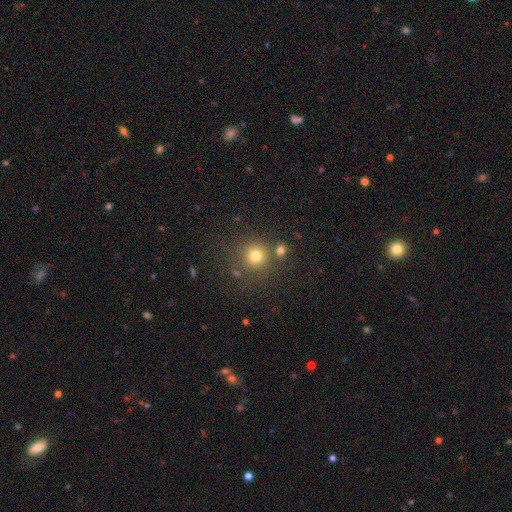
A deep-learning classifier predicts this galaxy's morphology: Smooth or featured?
  - smooth: 77% *
  - star or artifact: 15%
  - featured or disk: 8%
How rounded?
  - round: 93% *
  - in between: 6%
  - cigar-shaped: 1%
Merging?
  - none: 76% *
  - merger: 11%
  - minor disturbance: 9%
  - major disturbance: 4%